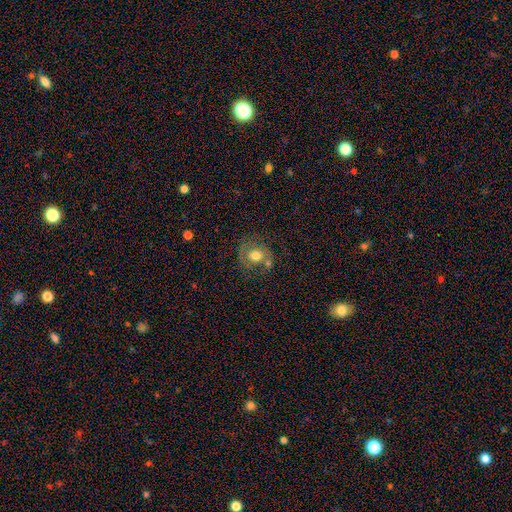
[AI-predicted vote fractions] A smooth galaxy with no disk features (62%) that is round (77%).

Vote fractions:
- Smooth or featured? smooth: 62% / featured or disk: 27% / star or artifact: 11%
- How rounded? round: 77% / in between: 22% / cigar-shaped: 1%
- Merging? none: 58% / minor disturbance: 18% / merger: 15% / major disturbance: 9%